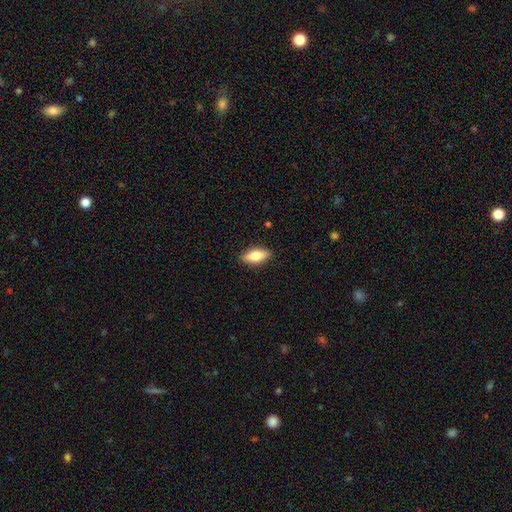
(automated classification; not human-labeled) This is likely a smooth galaxy (74%). How rounded: clearly in between (81%). Merging: clearly none (88%).